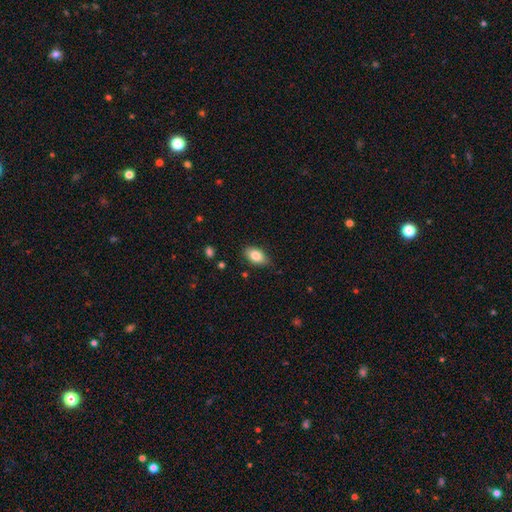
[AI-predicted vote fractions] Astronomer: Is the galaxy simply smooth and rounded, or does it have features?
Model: smooth — 82%.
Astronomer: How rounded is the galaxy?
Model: in between — 90%.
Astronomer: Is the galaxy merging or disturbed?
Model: none — 82%.